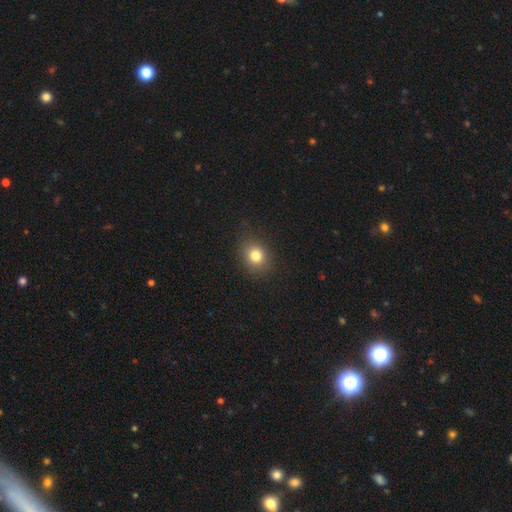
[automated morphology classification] A smooth galaxy with no disk features (80%) that is round (66%).

Vote fractions:
- Smooth or featured? smooth: 80% / star or artifact: 12% / featured or disk: 8%
- How rounded? round: 66% / in between: 33% / cigar-shaped: 1%
- Merging? none: 84% / minor disturbance: 11% / major disturbance: 4% / merger: 1%